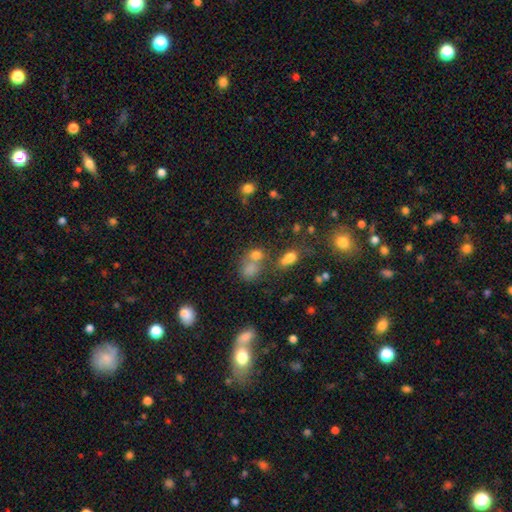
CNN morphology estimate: This is likely a smooth galaxy (67%). How rounded: possibly round (60%). Merging: marginally none (42%).